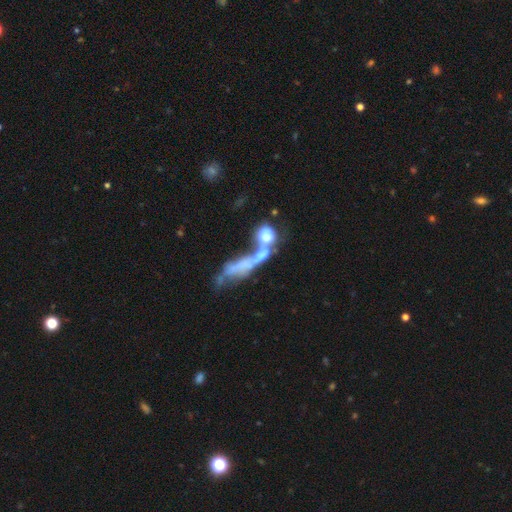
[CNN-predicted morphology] smooth-or-featured: featured or disk: 46% | smooth: 34% | star or artifact: 20%
  merging: merger: 39% | none: 28% | major disturbance: 19% | minor disturbance: 13%